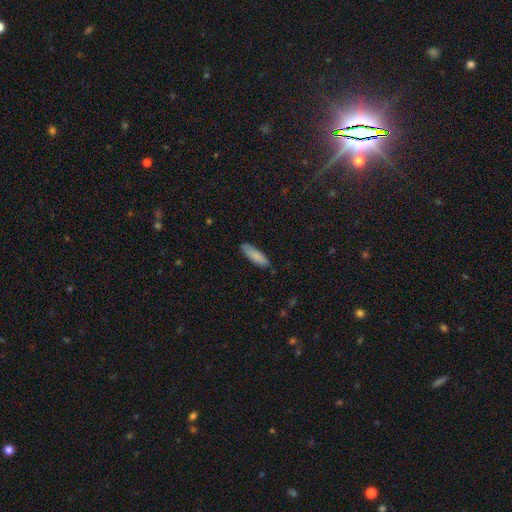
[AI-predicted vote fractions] This is clearly a smooth galaxy (85%). How rounded: possibly cigar-shaped (53%). Merging: clearly none (80%).